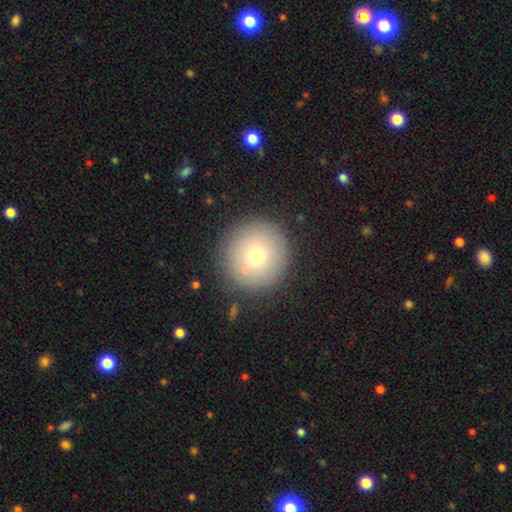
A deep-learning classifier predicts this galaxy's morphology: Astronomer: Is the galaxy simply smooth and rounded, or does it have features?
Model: smooth — 75%.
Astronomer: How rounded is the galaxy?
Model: round — 96%.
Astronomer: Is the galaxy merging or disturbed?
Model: none — 86%.